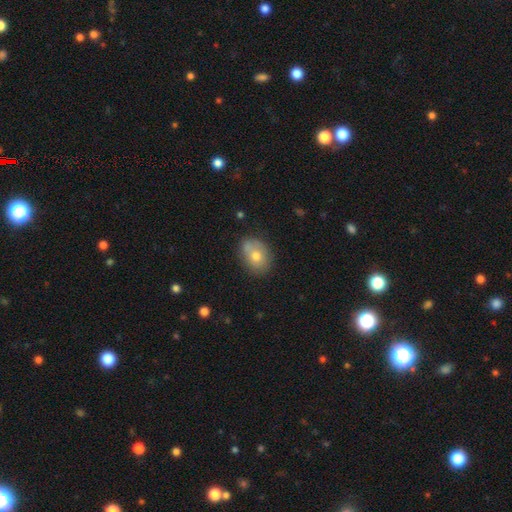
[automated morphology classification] type=smooth (72%); roundness=in between (62%); merging=none (63%).